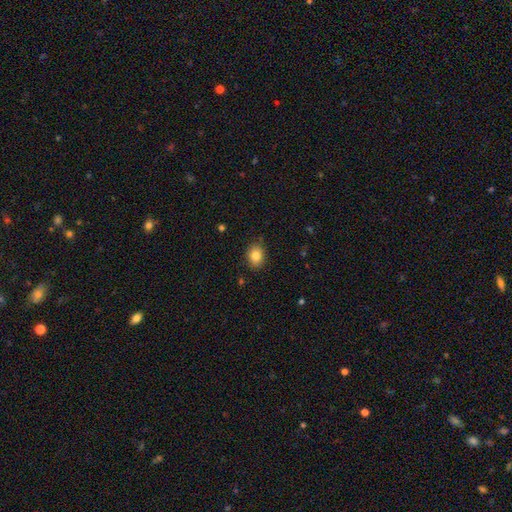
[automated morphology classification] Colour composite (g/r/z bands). It shows a smooth galaxy with no disk features (84%) that is in between round and cigar-shaped (50%). Merging: none (86%).